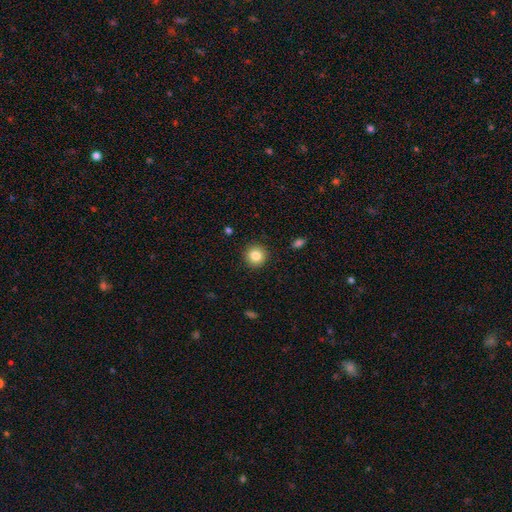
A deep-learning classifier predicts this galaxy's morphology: A smooth galaxy with no disk features (83%) that is round (93%).

Vote fractions:
- Smooth or featured? smooth: 83% / star or artifact: 10% / featured or disk: 7%
- How rounded? round: 93% / in between: 6% / cigar-shaped: 1%
- Merging? none: 92% / minor disturbance: 6% / major disturbance: 2% / merger: 1%